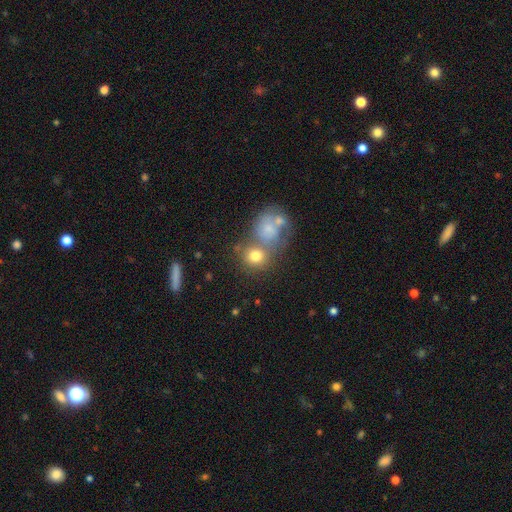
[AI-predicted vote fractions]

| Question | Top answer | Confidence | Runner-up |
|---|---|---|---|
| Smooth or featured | smooth | 72% | featured or disk (15%) |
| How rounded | round | 75% | in between (23%) |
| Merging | none | 44% | merger (38%) |